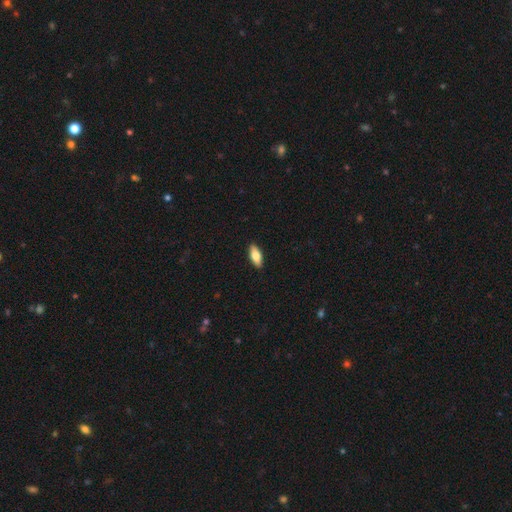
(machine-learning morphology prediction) Smooth or featured?
  - smooth: 72% *
  - featured or disk: 22%
  - star or artifact: 6%
How rounded?
  - in between: 73% *
  - cigar-shaped: 25%
  - round: 2%
Merging?
  - none: 90% *
  - minor disturbance: 7%
  - major disturbance: 2%
  - merger: 1%